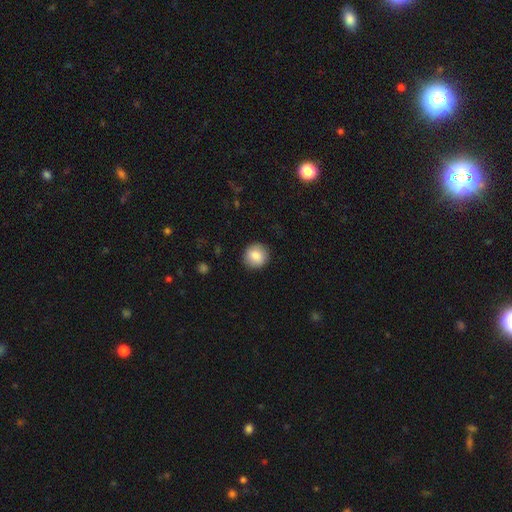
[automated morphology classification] Smooth or featured?
  - smooth: 84% *
  - star or artifact: 8%
  - featured or disk: 8%
How rounded?
  - round: 91% *
  - in between: 8%
  - cigar-shaped: 1%
Merging?
  - none: 90% *
  - minor disturbance: 7%
  - major disturbance: 2%
  - merger: 1%